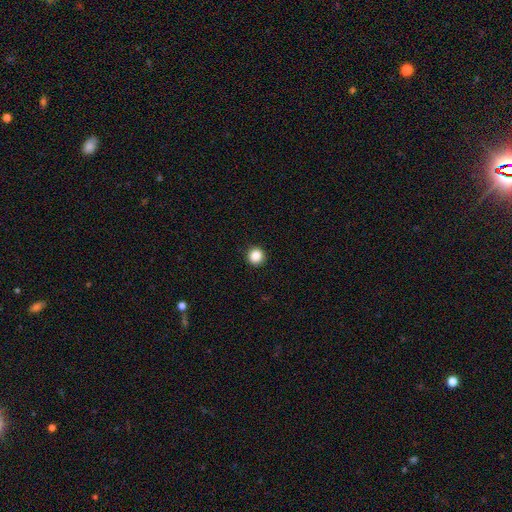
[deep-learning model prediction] Morphology: type=smooth (87%); roundness=round (94%); merging=none (93%).